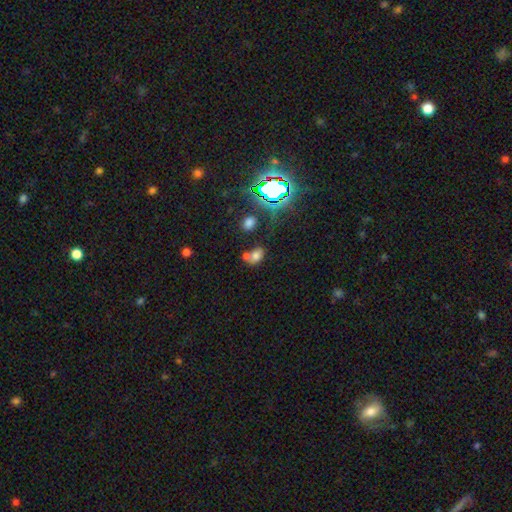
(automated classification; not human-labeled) Morphology: type=smooth (64%); roundness=in between (70%); merging=merger (45%).